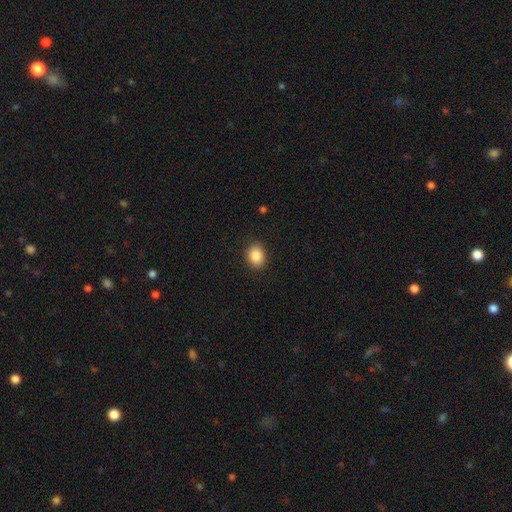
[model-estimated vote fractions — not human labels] Smooth or featured: smooth — 87% (star or artifact — 9%)
How rounded: in between — 52% (round — 47%)
Merging: none — 88% (minor disturbance — 8%)